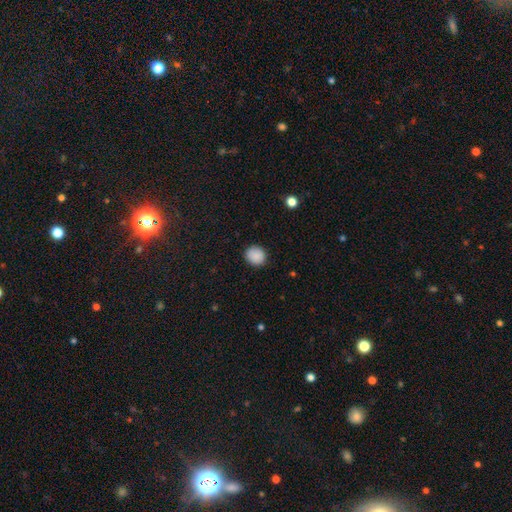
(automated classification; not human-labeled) Smooth or featured?
  - smooth: 89% *
  - star or artifact: 8%
  - featured or disk: 3%
How rounded?
  - round: 82% *
  - in between: 17%
  - cigar-shaped: 1%
Merging?
  - none: 89% *
  - minor disturbance: 7%
  - major disturbance: 2%
  - merger: 1%